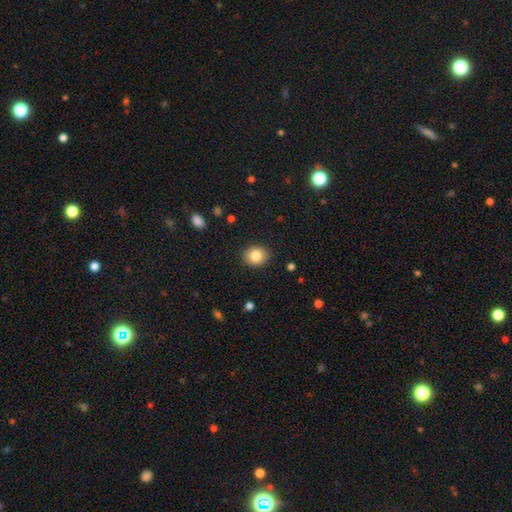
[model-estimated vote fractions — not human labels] Smooth or featured? Predicted: smooth (p=0.83). How rounded? Predicted: round (p=0.67). Merging? Predicted: none (p=0.90).